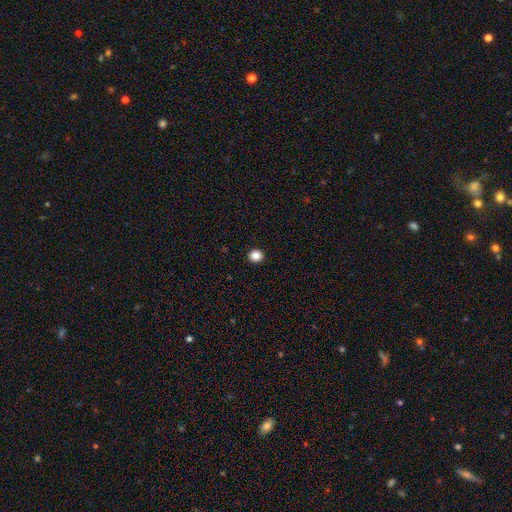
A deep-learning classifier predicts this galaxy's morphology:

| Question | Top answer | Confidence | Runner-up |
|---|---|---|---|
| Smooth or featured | smooth | 86% | star or artifact (11%) |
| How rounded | round | 88% | in between (11%) |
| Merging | none | 93% | minor disturbance (4%) |